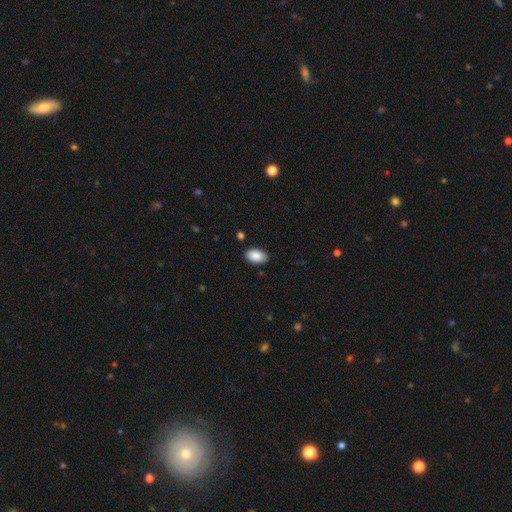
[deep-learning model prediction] Smooth or featured: smooth — 89% (star or artifact — 7%)
How rounded: in between — 92% (round — 6%)
Merging: none — 88% (minor disturbance — 9%)